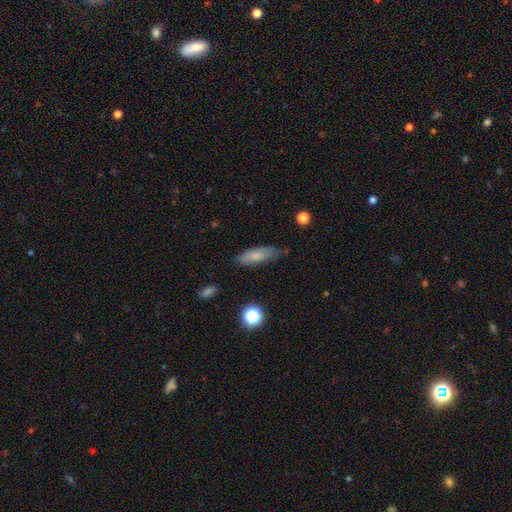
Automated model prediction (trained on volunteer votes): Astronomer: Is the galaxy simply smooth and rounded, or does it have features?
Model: smooth — 72%.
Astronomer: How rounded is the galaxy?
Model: in between — 50% (runner-up: cigar-shaped, 47%).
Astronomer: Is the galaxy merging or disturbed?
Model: none — 64%.